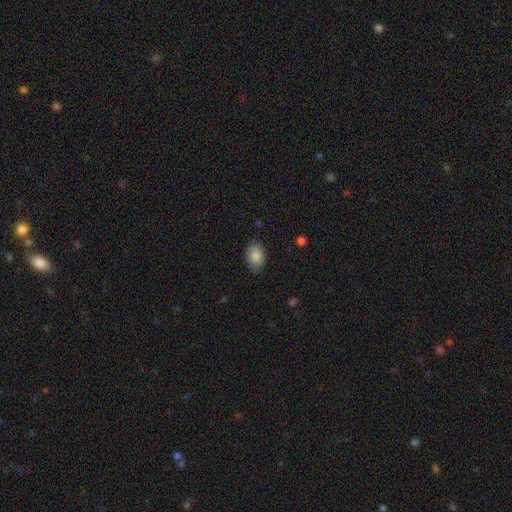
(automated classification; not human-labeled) A smooth galaxy with no disk features (87%) that is in between round and cigar-shaped (85%).

Vote fractions:
- Smooth or featured? smooth: 87% / star or artifact: 7% / featured or disk: 6%
- How rounded? in between: 85% / round: 14% / cigar-shaped: 1%
- Merging? none: 76% / minor disturbance: 20% / major disturbance: 4% / merger: 1%